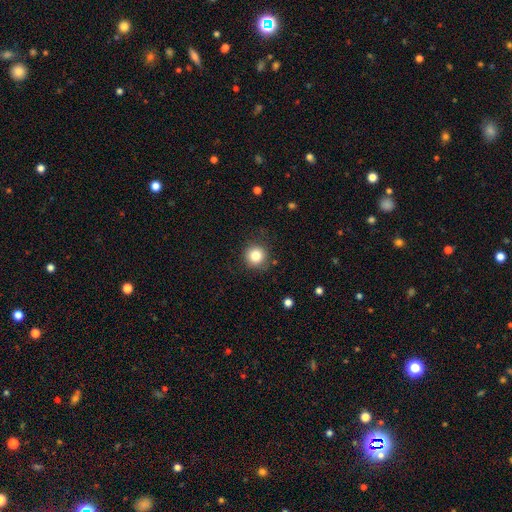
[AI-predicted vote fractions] Q: Smooth or featured?
A: smooth (83%); runner-up: star or artifact (11%)
Q: How rounded?
A: round (94%); runner-up: in between (5%)
Q: Merging?
A: none (87%); runner-up: minor disturbance (9%)